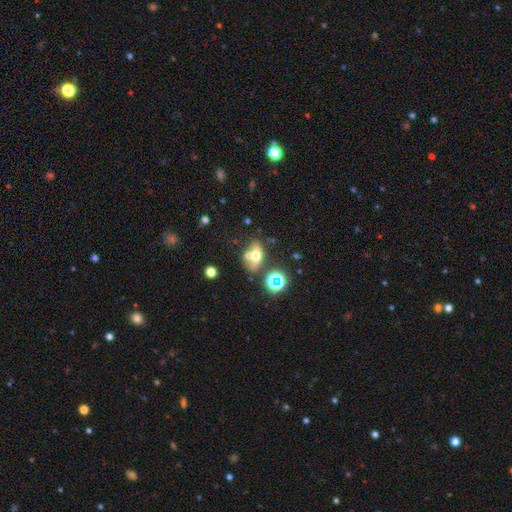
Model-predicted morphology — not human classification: smooth_or_featured: smooth (p=0.56) [alt: featured or disk p=0.27]
how_rounded: in between (p=0.73) [alt: round p=0.22]
merging: none (p=0.41) [alt: merger p=0.38]